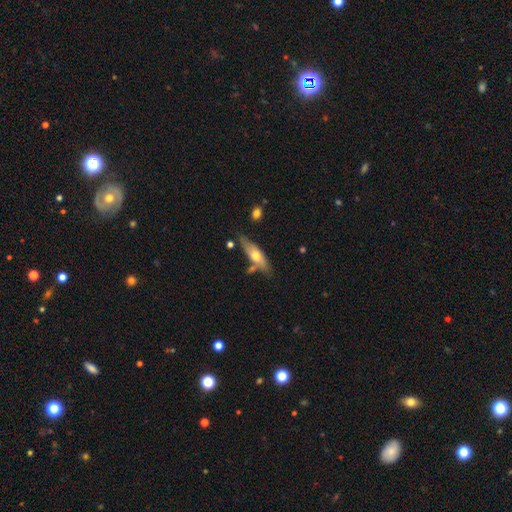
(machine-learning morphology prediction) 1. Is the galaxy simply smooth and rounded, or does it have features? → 49% smooth, 45% featured or disk, 6% star or artifact.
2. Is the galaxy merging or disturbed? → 67% none, 19% minor disturbance, 10% merger, 5% major disturbance.